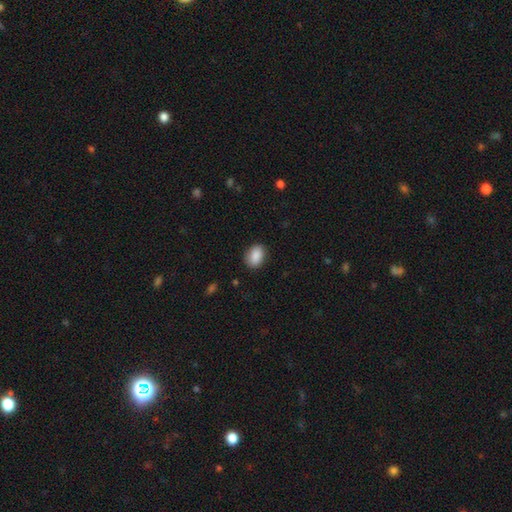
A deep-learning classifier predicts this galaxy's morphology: smooth-or-featured: smooth: 89% | star or artifact: 7% | featured or disk: 4%
  how-rounded: in between: 78% | round: 21% | cigar-shaped: 1%
  merging: none: 85% | minor disturbance: 11% | major disturbance: 3% | merger: 1%